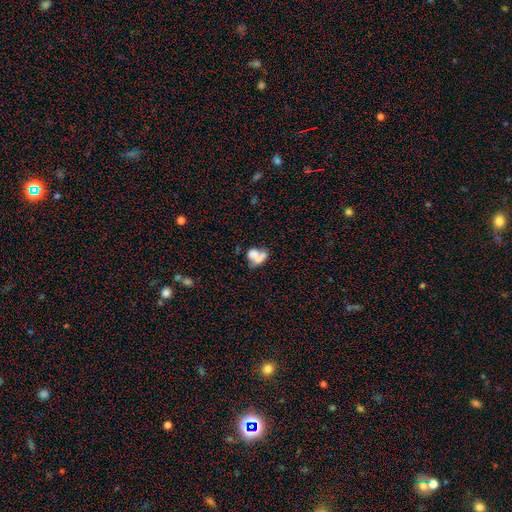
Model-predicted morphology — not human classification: type=smooth (60%); roundness=in between (67%); merging=merger (54%).